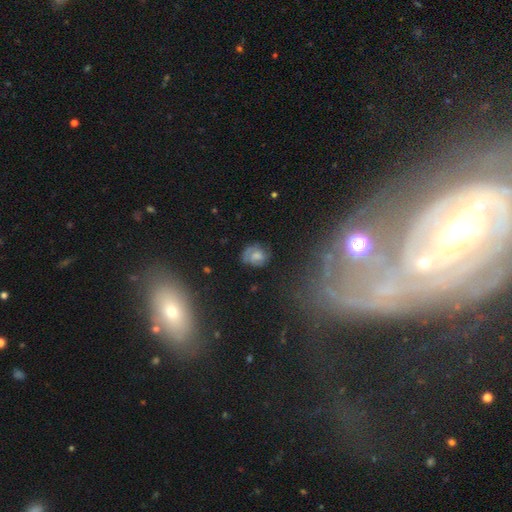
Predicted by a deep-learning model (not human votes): Overall: smooth (51%; featured or disk 36%). How rounded: round (62%; in between 36%). Merging: none (63%; minor disturbance 24%).